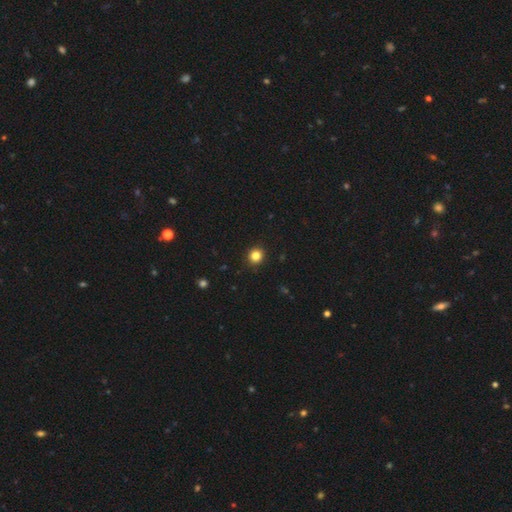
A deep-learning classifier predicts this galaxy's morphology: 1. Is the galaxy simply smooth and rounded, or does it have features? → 83% smooth, 13% star or artifact, 5% featured or disk.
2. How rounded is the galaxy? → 91% round, 8% in between, 1% cigar-shaped.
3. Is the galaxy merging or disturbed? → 92% none, 5% minor disturbance, 2% major disturbance, 1% merger.